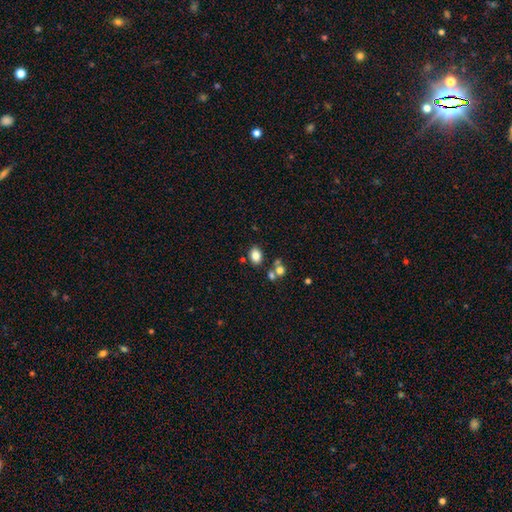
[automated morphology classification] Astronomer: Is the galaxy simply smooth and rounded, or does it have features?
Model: smooth — 82%.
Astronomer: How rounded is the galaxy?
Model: in between — 75%.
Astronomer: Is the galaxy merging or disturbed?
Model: none — 75%.